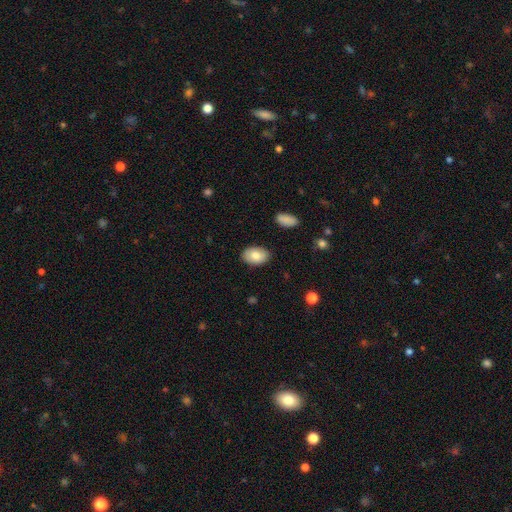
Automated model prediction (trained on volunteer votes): smooth_or_featured: smooth (p=0.82) [alt: featured or disk p=0.12]
how_rounded: in between (p=0.89) [alt: round p=0.10]
merging: none (p=0.87) [alt: minor disturbance p=0.09]